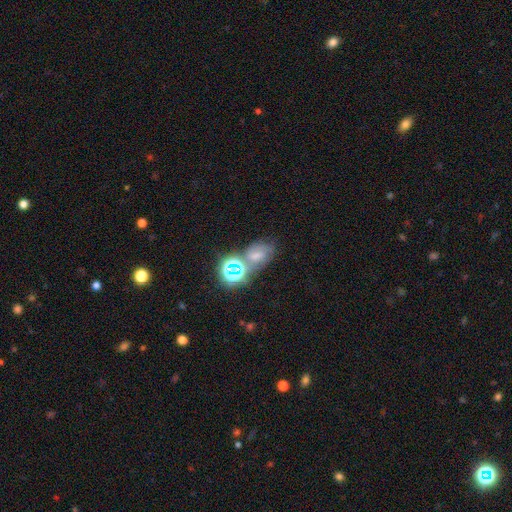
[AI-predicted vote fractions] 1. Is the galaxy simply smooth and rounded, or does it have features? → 44% smooth, 35% star or artifact, 21% featured or disk.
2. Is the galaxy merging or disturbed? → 45% none, 28% merger, 17% minor disturbance, 10% major disturbance.